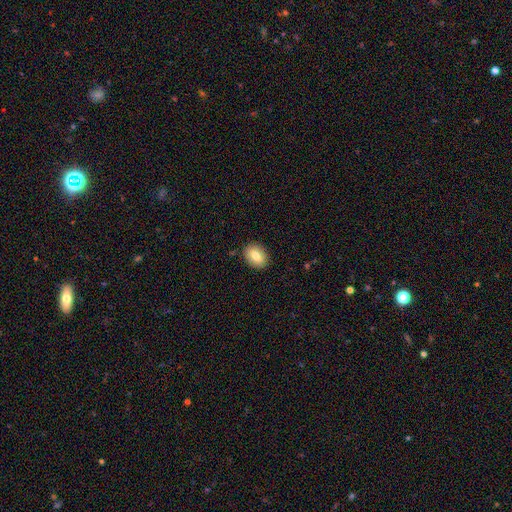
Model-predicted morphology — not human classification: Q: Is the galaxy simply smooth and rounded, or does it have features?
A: smooth — 80%.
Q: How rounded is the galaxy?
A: in between — 72%.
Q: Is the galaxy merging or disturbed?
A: none — 89%.